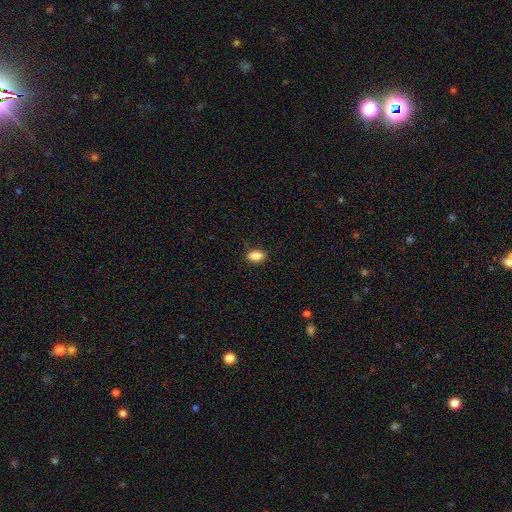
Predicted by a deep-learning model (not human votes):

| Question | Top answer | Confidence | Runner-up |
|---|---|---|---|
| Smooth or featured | smooth | 87% | star or artifact (8%) |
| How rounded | in between | 88% | round (8%) |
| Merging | none | 88% | minor disturbance (9%) |